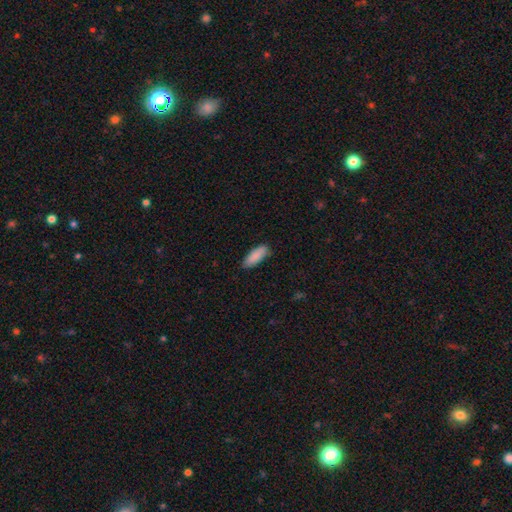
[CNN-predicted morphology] Smooth or featured? Predicted: smooth (p=0.89). How rounded? Predicted: in between (p=0.71). Merging? Predicted: none (p=0.84).